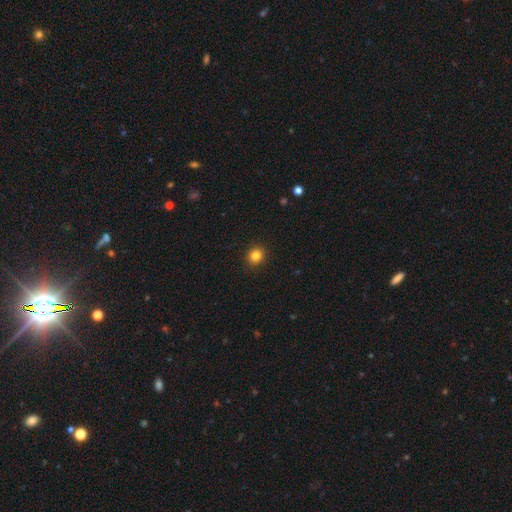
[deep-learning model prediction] A smooth galaxy with no disk features (84%) that is round (83%).

Vote fractions:
- Smooth or featured? smooth: 84% / star or artifact: 12% / featured or disk: 4%
- How rounded? round: 83% / in between: 16% / cigar-shaped: 1%
- Merging? none: 92% / minor disturbance: 5% / major disturbance: 2% / merger: 1%